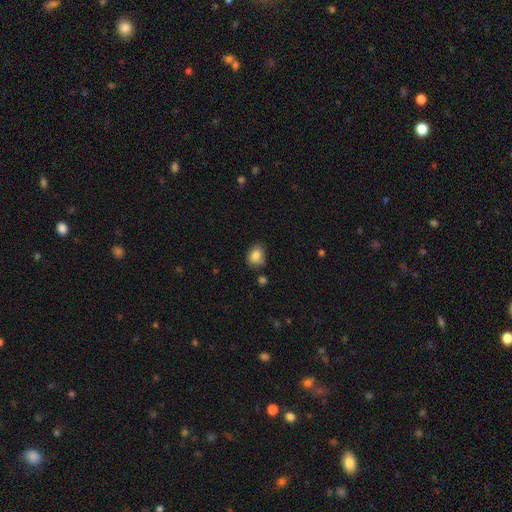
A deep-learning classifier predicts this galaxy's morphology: smooth 83%, star or artifact 9%, featured or disk 8%. Down the decision tree: how rounded — in between (54%); merging — none (71%).